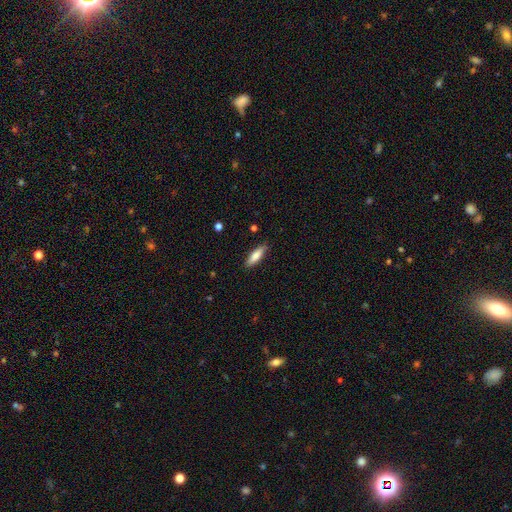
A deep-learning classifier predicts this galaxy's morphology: smooth_or_featured: smooth (p=0.79) [alt: featured or disk p=0.15]
how_rounded: cigar-shaped (p=0.53) [alt: in between p=0.45]
merging: none (p=0.85) [alt: minor disturbance p=0.12]